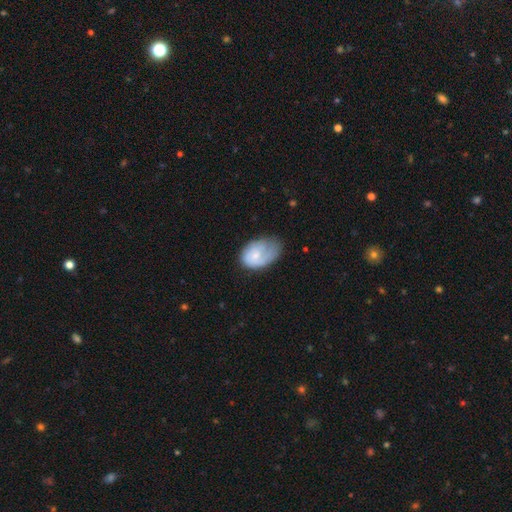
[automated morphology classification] This is possibly a smooth galaxy (54%). How rounded: clearly in between (84%). Merging: marginally minor disturbance (37%).